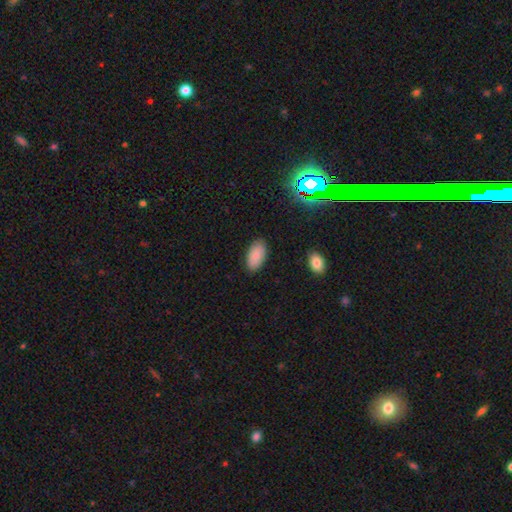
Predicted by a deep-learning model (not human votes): Smooth or featured: smooth — 85% (star or artifact — 7%)
How rounded: in between — 95% (round — 3%)
Merging: none — 87% (minor disturbance — 10%)